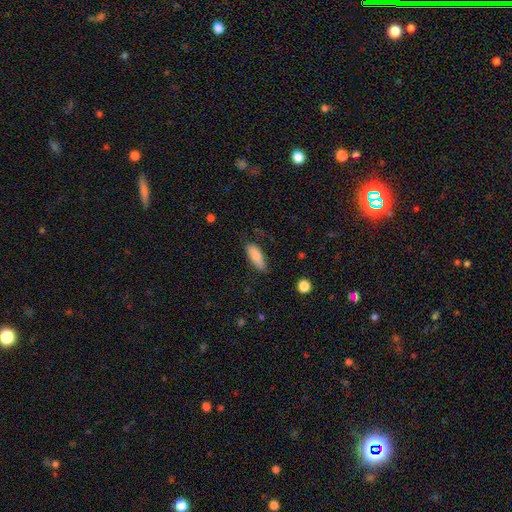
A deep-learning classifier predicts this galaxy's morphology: smooth-or-featured: smooth: 83% | featured or disk: 10% | star or artifact: 7%
  how-rounded: in between: 69% | cigar-shaped: 29% | round: 2%
  merging: none: 75% | minor disturbance: 20% | major disturbance: 4% | merger: 2%